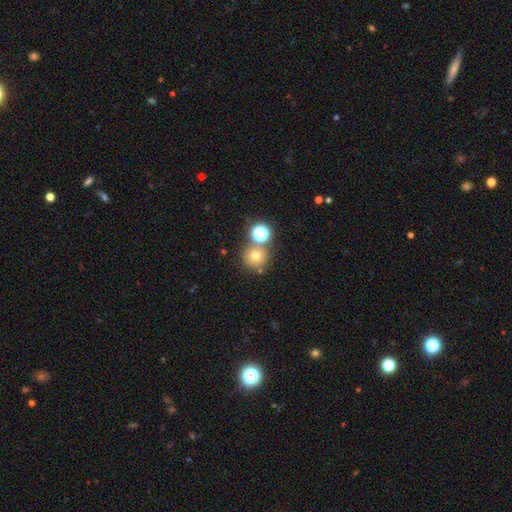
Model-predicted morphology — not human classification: smooth 69%, star or artifact 20%, featured or disk 11%. Down the decision tree: how rounded — round (92%); merging — none (66%).